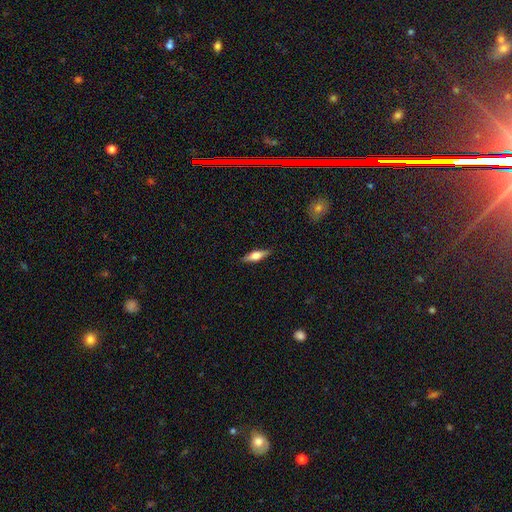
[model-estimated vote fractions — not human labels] smooth 53%, featured or disk 41%, star or artifact 6%. Down the decision tree: how rounded — cigar-shaped (54%); merging — none (88%).